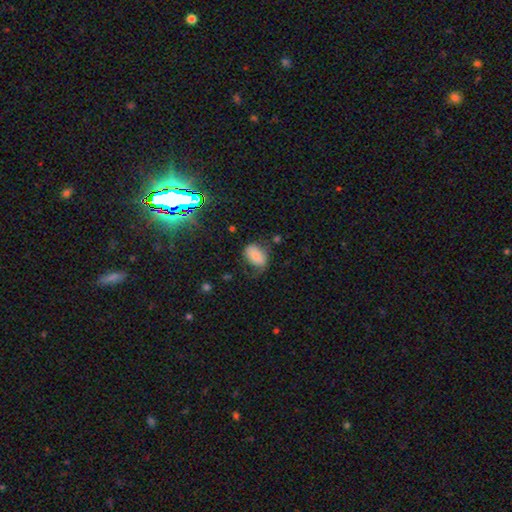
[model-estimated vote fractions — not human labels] Smooth or featured? Predicted: smooth (p=0.72). How rounded? Predicted: in between (p=0.83). Merging? Predicted: none (p=0.52).